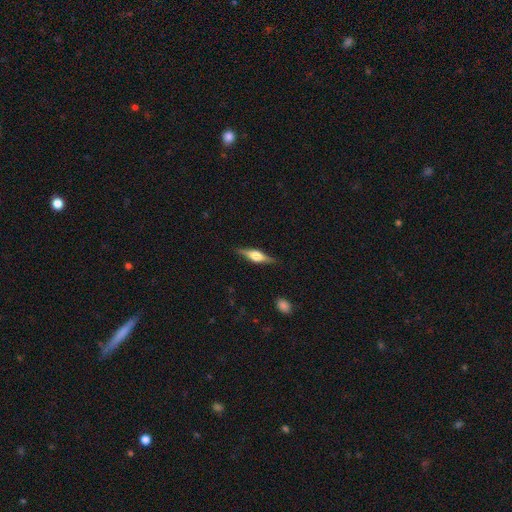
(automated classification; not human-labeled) Smooth or featured: featured or disk — 67% (smooth — 27%)
Edge-on disk: yes — 96% (no — 4%)
Edge-on bulge: rounded — 90% (boxy — 8%)
Merging: none — 87% (minor disturbance — 10%)